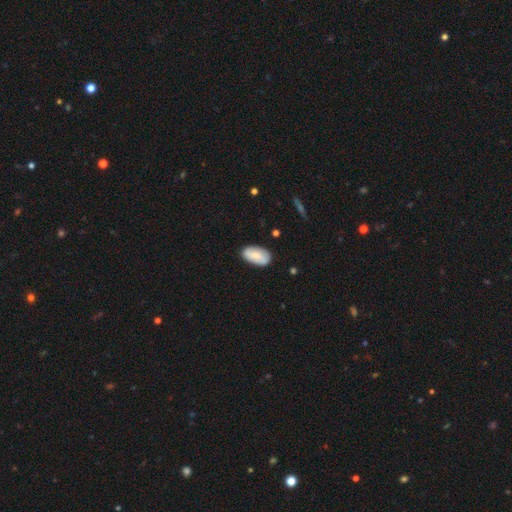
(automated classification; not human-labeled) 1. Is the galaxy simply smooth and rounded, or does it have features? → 72% smooth, 21% featured or disk, 6% star or artifact.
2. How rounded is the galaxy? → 95% in between, 3% round, 2% cigar-shaped.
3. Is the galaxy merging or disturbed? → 80% none, 16% minor disturbance, 3% major disturbance, 1% merger.